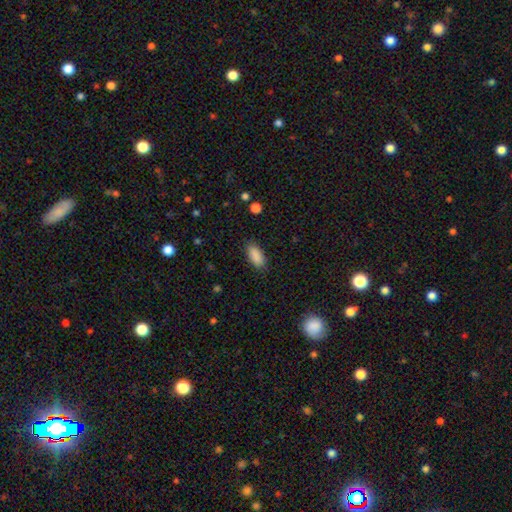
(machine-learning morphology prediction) Smooth or featured?
  - smooth: 89% *
  - star or artifact: 7%
  - featured or disk: 4%
How rounded?
  - in between: 88% *
  - cigar-shaped: 10%
  - round: 2%
Merging?
  - none: 85% *
  - minor disturbance: 11%
  - major disturbance: 3%
  - merger: 1%